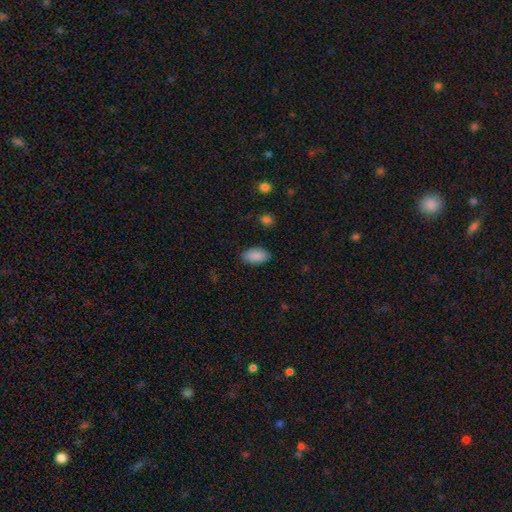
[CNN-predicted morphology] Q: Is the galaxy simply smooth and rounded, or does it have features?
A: smooth — 89%.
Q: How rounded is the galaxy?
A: in between — 93%.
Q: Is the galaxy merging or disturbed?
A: none — 86%.